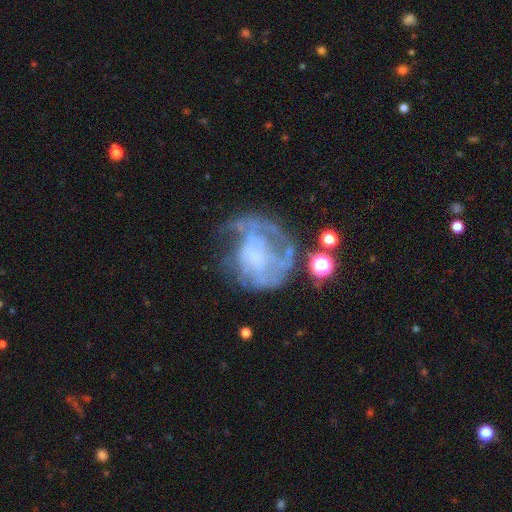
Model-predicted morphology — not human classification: Smooth or featured: featured or disk — 70% (smooth — 18%)
Edge-on disk: no — 98% (yes — 2%)
Bar: no — 74% (weak — 20%)
Spiral arms: yes — 50% (tied with no — 50%)
Bulge size: none — 58% (small — 24%)
Merging: none — 36% (tied with major disturbance — 36%)